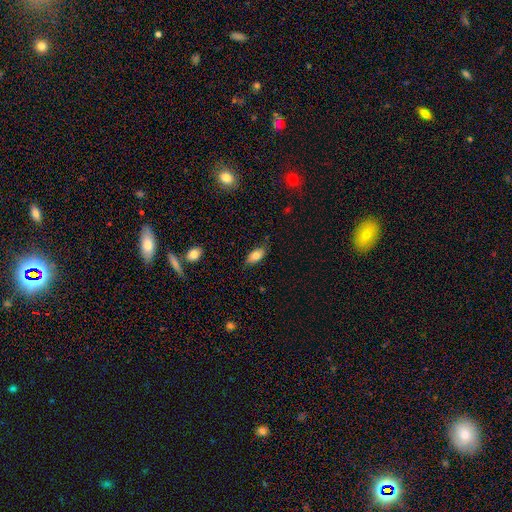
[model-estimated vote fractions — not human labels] This is likely a smooth galaxy (79%). How rounded: clearly in between (91%). Merging: likely none (76%).